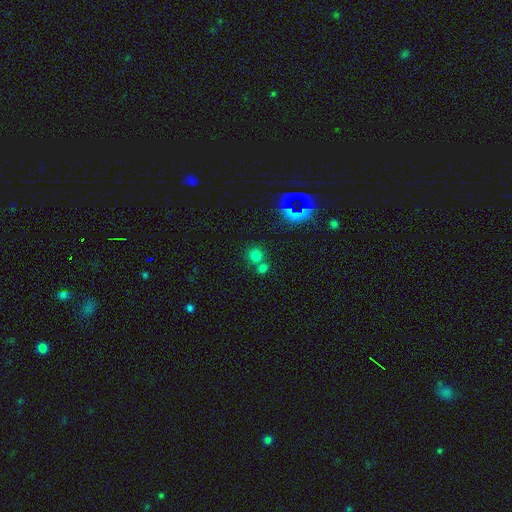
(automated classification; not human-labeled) Smooth or featured?
  - smooth: 66% *
  - star or artifact: 26%
  - featured or disk: 7%
How rounded?
  - round: 89% *
  - in between: 10%
  - cigar-shaped: 1%
Merging?
  - none: 58% *
  - merger: 32%
  - minor disturbance: 7%
  - major disturbance: 3%